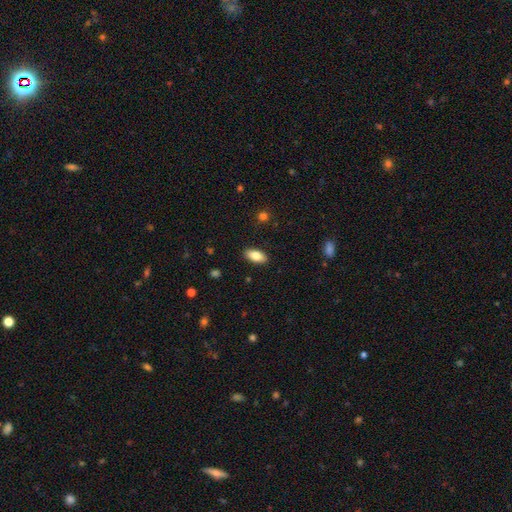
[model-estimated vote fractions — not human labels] This appears to be a smooth galaxy with no disk features (82%) that is in between round and cigar-shaped (91%). Merging: none (89%).